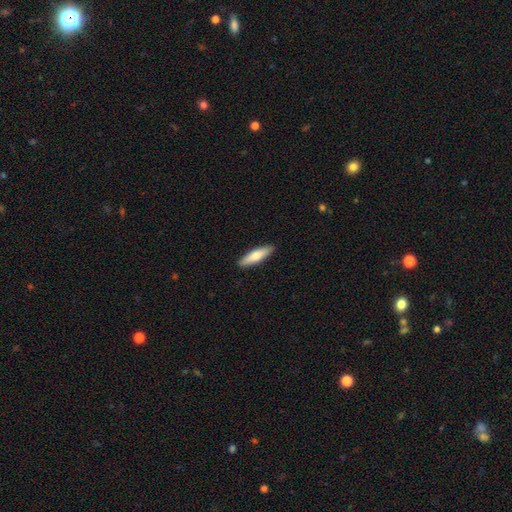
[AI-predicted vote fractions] smooth-or-featured: smooth: 69% | featured or disk: 26% | star or artifact: 5%
  how-rounded: cigar-shaped: 69% | in between: 29% | round: 2%
  merging: none: 91% | minor disturbance: 7% | major disturbance: 1% | merger: 1%